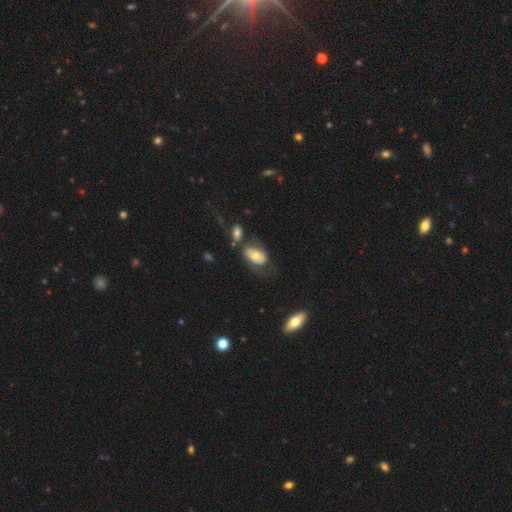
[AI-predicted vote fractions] smooth-or-featured: smooth: 53% | featured or disk: 40% | star or artifact: 7%
  how-rounded: in between: 89% | round: 9% | cigar-shaped: 2%
  merging: none: 38% | major disturbance: 22% | minor disturbance: 20% | merger: 19%